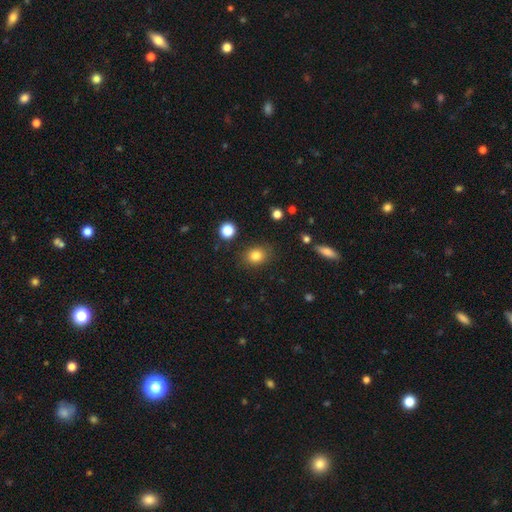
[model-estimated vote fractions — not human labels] Morphology: type=smooth (82%); roundness=round (55%); merging=none (83%).